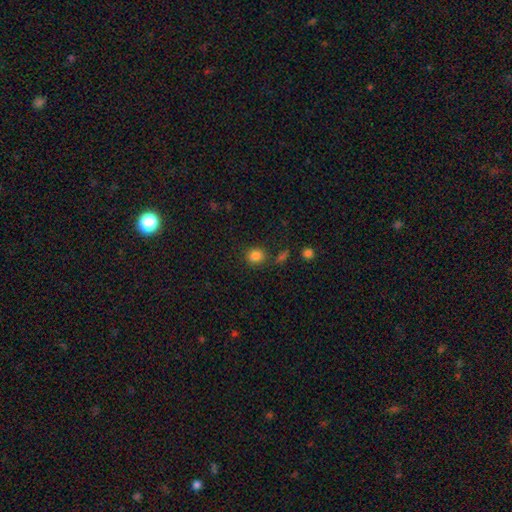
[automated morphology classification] smooth 83%, star or artifact 12%, featured or disk 5%. Down the decision tree: how rounded — round (77%); merging — none (77%).